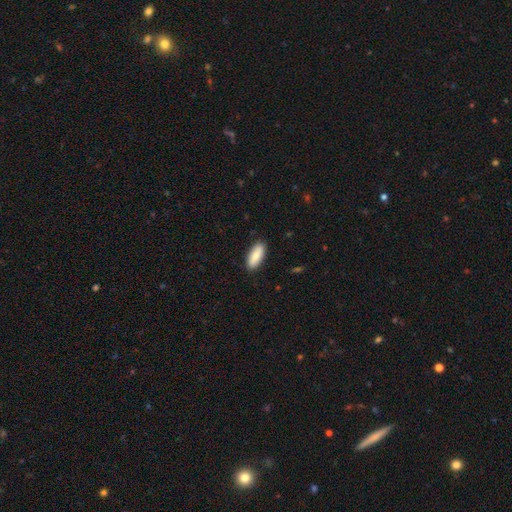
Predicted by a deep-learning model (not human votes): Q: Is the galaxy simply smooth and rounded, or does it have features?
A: smooth — 81%.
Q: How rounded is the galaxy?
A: in between — 78%.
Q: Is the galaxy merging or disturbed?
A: none — 89%.